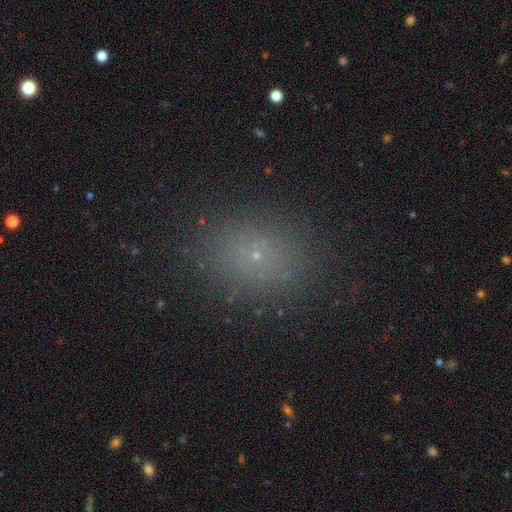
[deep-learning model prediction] This appears to be a smooth galaxy with no disk features (67%) that is round (49%, tied with in between). Merging: none (86%).